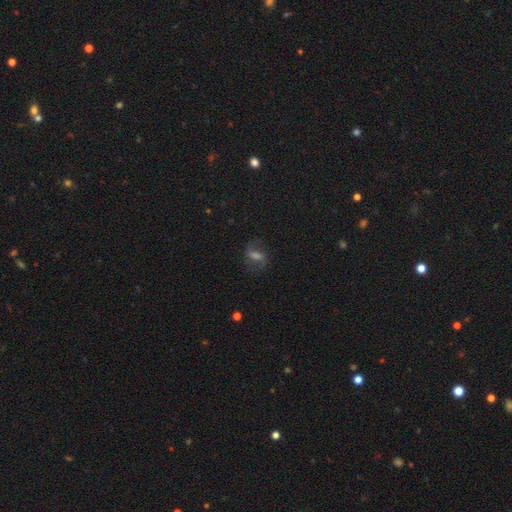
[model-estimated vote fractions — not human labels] Smooth or featured: featured or disk — 47% (smooth — 33%)
Merging: none — 73% (minor disturbance — 16%)